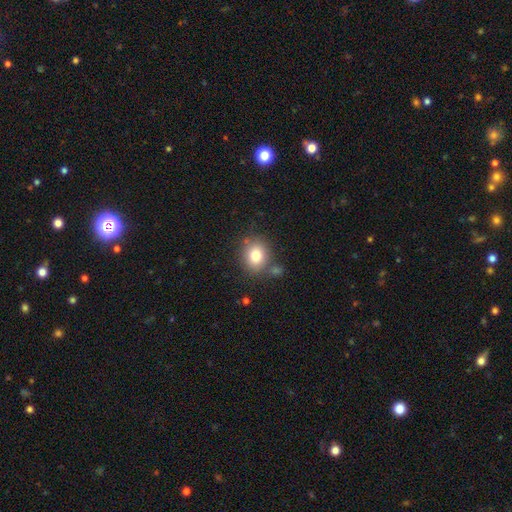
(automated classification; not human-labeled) Smooth or featured? Predicted: smooth (p=0.79). How rounded? Predicted: round (p=0.69). Merging? Predicted: none (p=0.75).